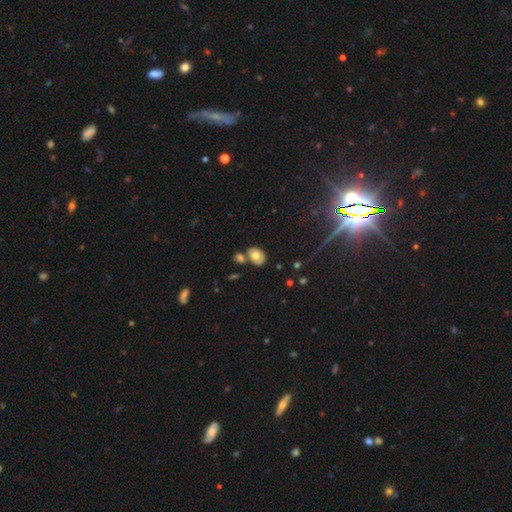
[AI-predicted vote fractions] A smooth galaxy with no disk features (66%) that is in between round and cigar-shaped (77%). Merging: none (65%).